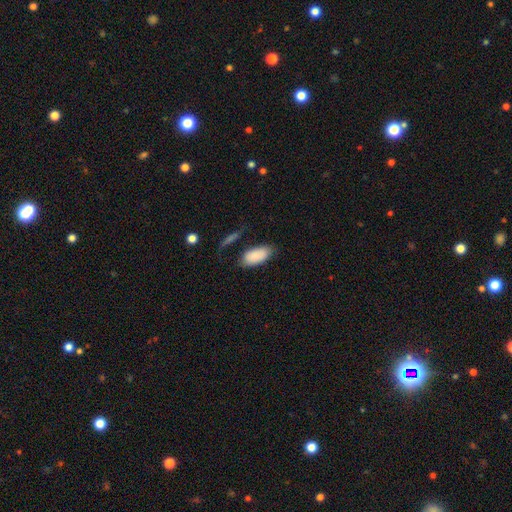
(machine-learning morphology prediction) Q: Smooth or featured?
A: smooth (86%); runner-up: featured or disk (8%)
Q: How rounded?
A: in between (93%); runner-up: cigar-shaped (5%)
Q: Merging?
A: none (69%); runner-up: minor disturbance (19%)